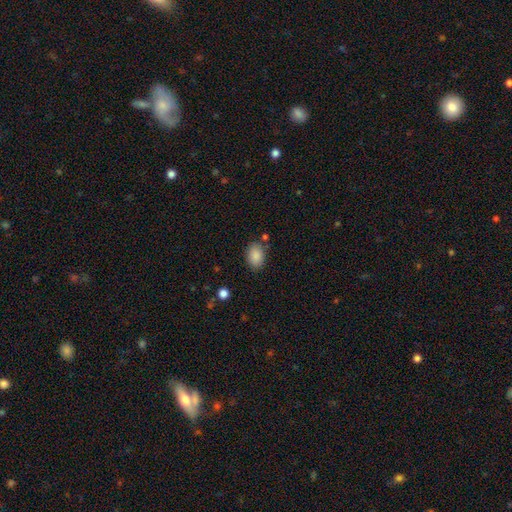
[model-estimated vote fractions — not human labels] This is clearly a smooth galaxy (88%). How rounded: clearly in between (84%). Merging: likely none (79%).